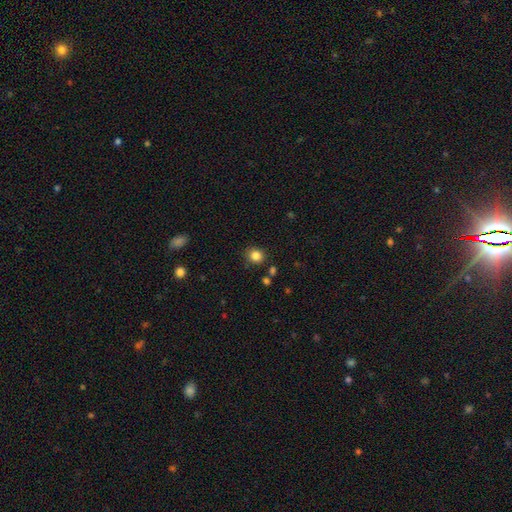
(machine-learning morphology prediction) Overall: smooth (84%). How rounded: round (79%). Merging: none (84%).